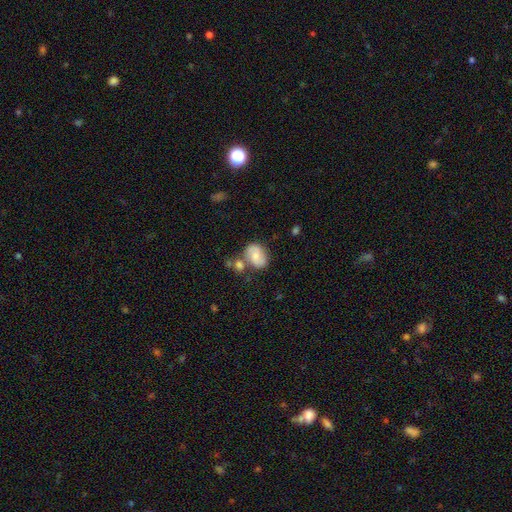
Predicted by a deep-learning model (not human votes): Smooth or featured: smooth — 55% (featured or disk — 37%)
How rounded: in between — 71% (round — 28%)
Merging: none — 52% (merger — 22%)